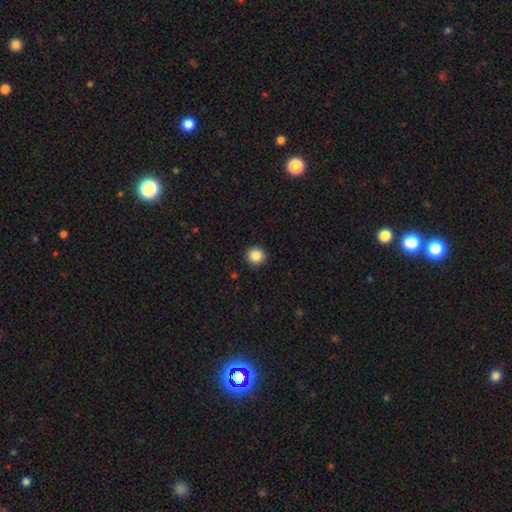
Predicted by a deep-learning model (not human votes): The model was most divided on "smooth or featured": smooth: 86%, star or artifact: 10%, featured or disk: 4%. More confident: how rounded — round (95%); merging — none (93%).